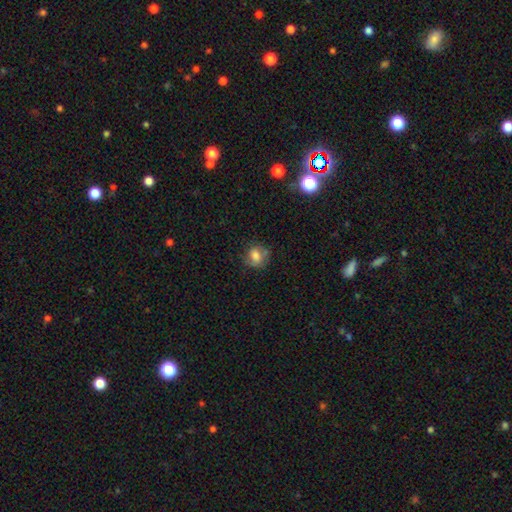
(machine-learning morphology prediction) smooth-or-featured: smooth: 73% | featured or disk: 16% | star or artifact: 10%
  how-rounded: round: 65% | in between: 33% | cigar-shaped: 1%
  merging: none: 62% | minor disturbance: 25% | major disturbance: 9% | merger: 4%